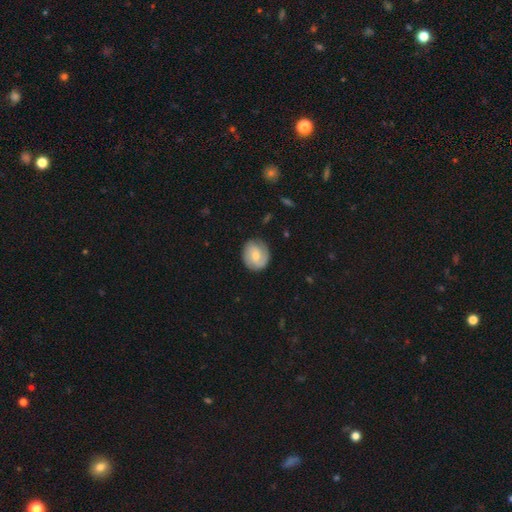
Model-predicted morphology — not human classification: Overall: featured or disk (48%; smooth 45%). Merging: none (81%).